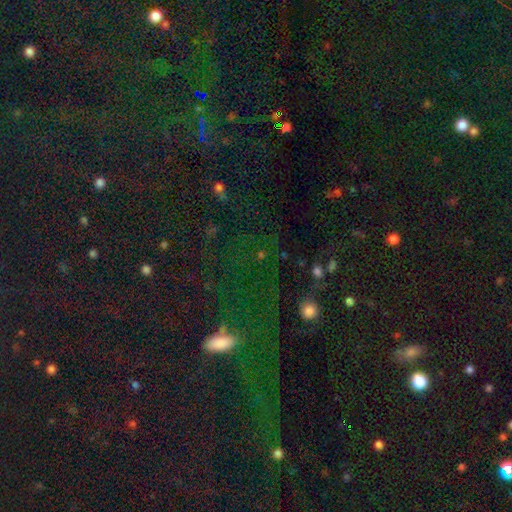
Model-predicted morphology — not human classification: A star or artifact, not a galaxy (65%).

Vote fractions:
- Smooth or featured? star or artifact: 65% / smooth: 25% / featured or disk: 10%